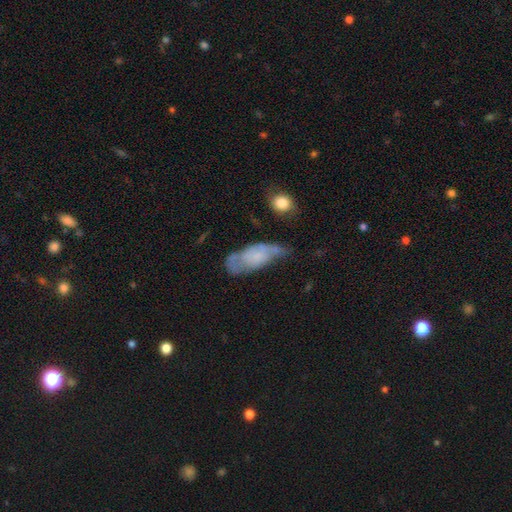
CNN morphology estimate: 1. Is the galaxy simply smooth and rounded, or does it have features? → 45% smooth (tied), 45% featured or disk (tied), 10% star or artifact.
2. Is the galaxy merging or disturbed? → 34% none (tied), 34% minor disturbance (tied), 25% major disturbance, 7% merger.